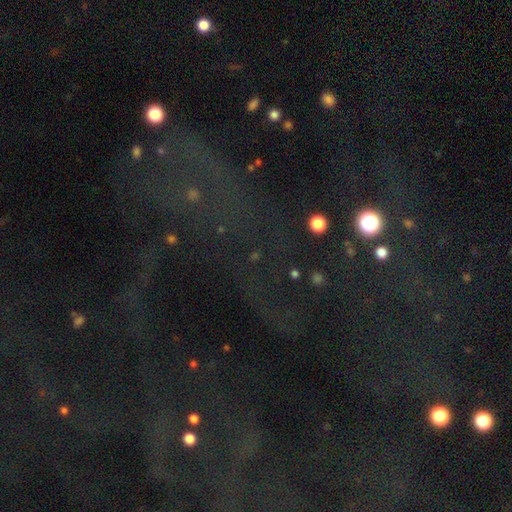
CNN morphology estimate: A star or artifact, not a galaxy (71%).

Vote fractions:
- Smooth or featured? star or artifact: 71% / smooth: 16% / featured or disk: 13%